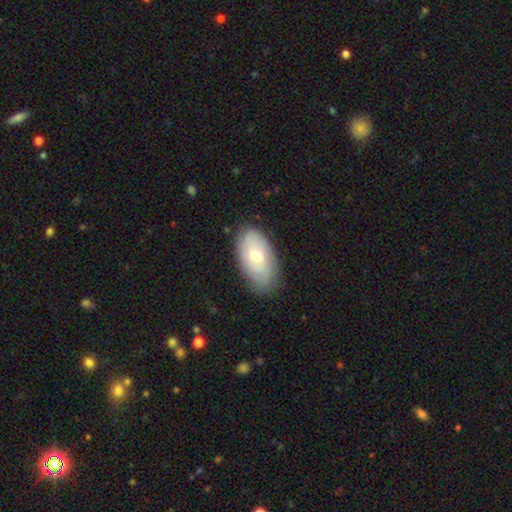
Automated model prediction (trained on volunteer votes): smooth_or_featured: smooth (p=0.51) [alt: featured or disk p=0.43]
how_rounded: in between (p=0.93) [alt: round p=0.05]
merging: none (p=0.77) [alt: minor disturbance p=0.18]